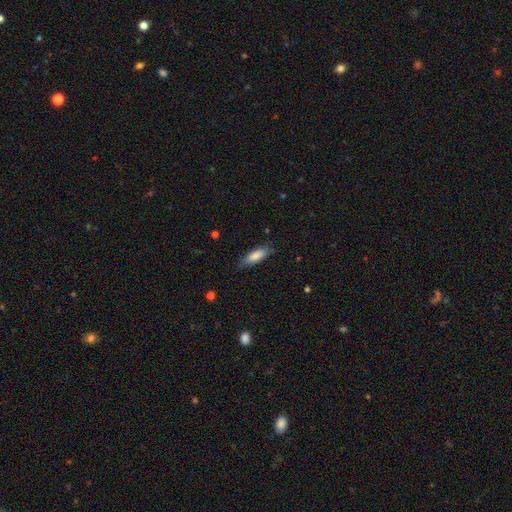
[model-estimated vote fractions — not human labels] A smooth galaxy with no disk features (81%) that is in between round and cigar-shaped (57%).

Vote fractions:
- Smooth or featured? smooth: 81% / featured or disk: 13% / star or artifact: 6%
- How rounded? in between: 57% / cigar-shaped: 41% / round: 2%
- Merging? none: 79% / minor disturbance: 16% / major disturbance: 3% / merger: 1%